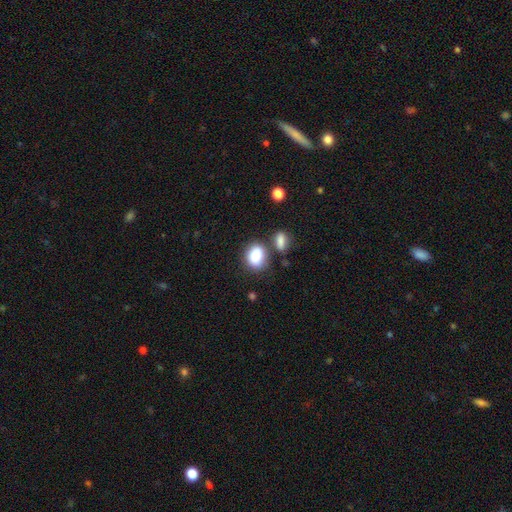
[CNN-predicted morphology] smooth 86%, star or artifact 8%, featured or disk 6%. Down the decision tree: how rounded — in between (60%); merging — none (59%).